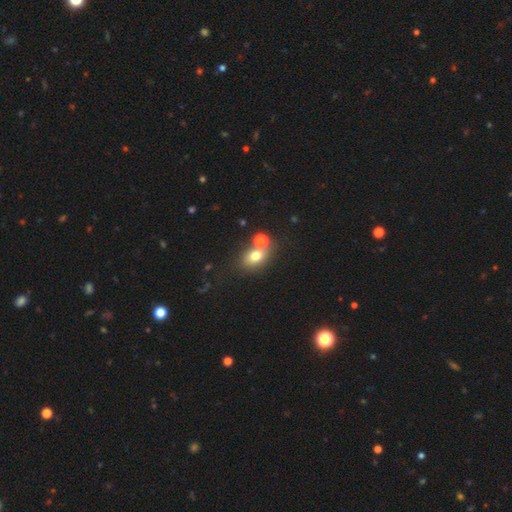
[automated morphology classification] Smooth or featured? smooth (73%)
How rounded? in between (63%)
Merging? none (53%)